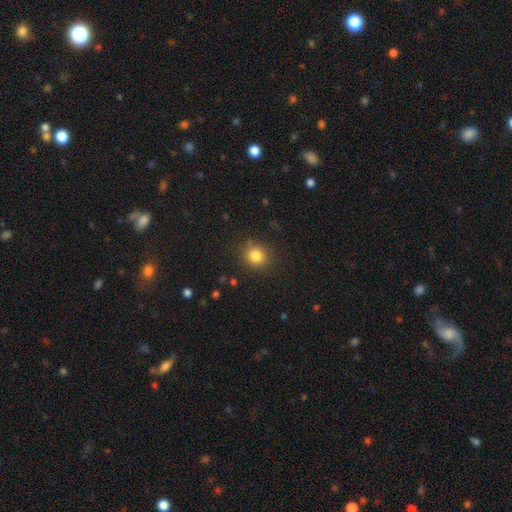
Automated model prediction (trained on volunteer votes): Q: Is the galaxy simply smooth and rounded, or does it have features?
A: smooth — 83%.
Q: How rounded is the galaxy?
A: round — 83%.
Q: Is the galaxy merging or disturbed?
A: none — 85%.